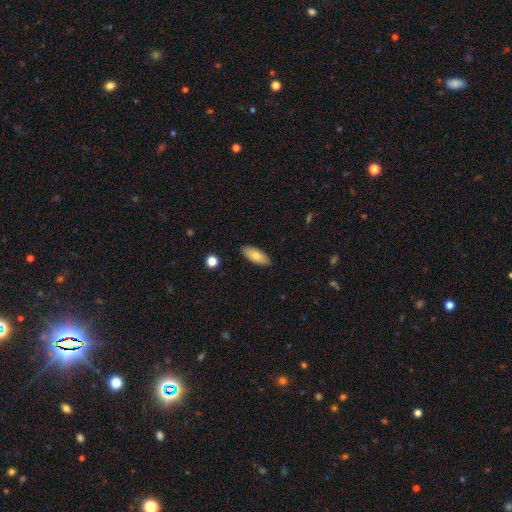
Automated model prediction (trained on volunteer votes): This is clearly a smooth galaxy (81%). How rounded: likely in between (80%). Merging: clearly none (88%).